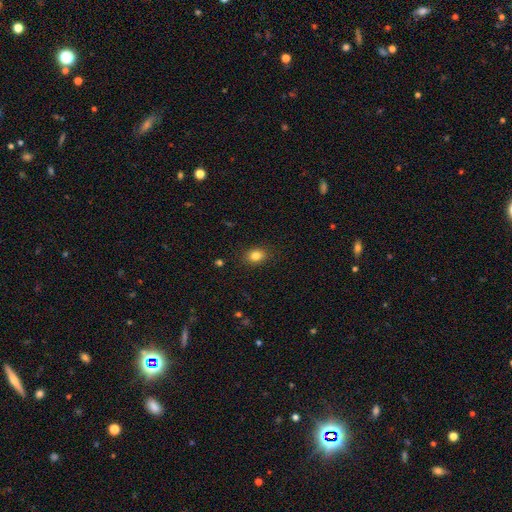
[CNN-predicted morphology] smooth_or_featured: smooth (p=0.83) [alt: star or artifact p=0.11]
how_rounded: in between (p=0.60) [alt: round p=0.39]
merging: none (p=0.88) [alt: minor disturbance p=0.08]